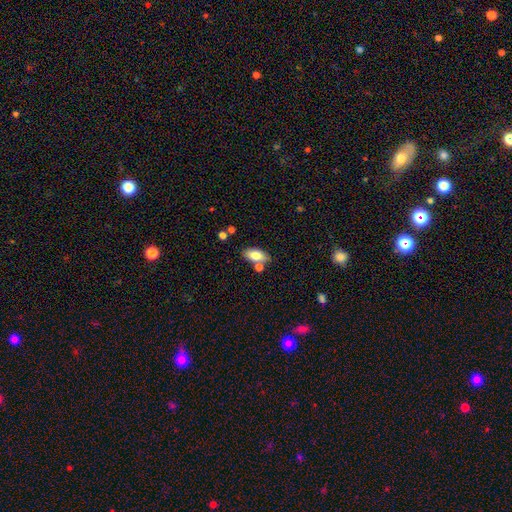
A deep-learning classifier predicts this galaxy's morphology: This is likely a smooth galaxy (77%). How rounded: clearly in between (91%). Merging: likely none (70%).